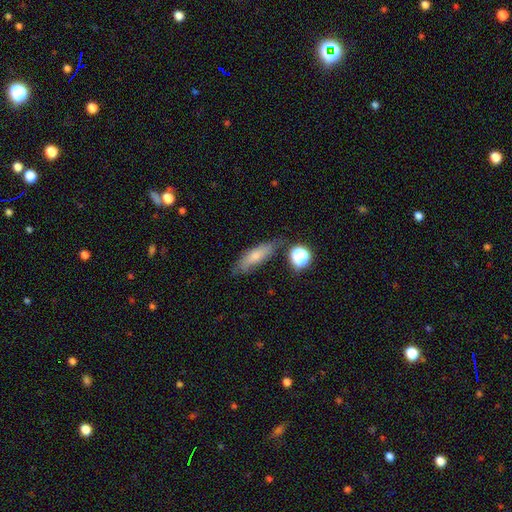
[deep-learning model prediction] smooth_or_featured: smooth (p=0.68) [alt: featured or disk p=0.23]
how_rounded: cigar-shaped (p=0.48) [alt: in between p=0.47]
merging: none (p=0.63) [alt: minor disturbance p=0.23]